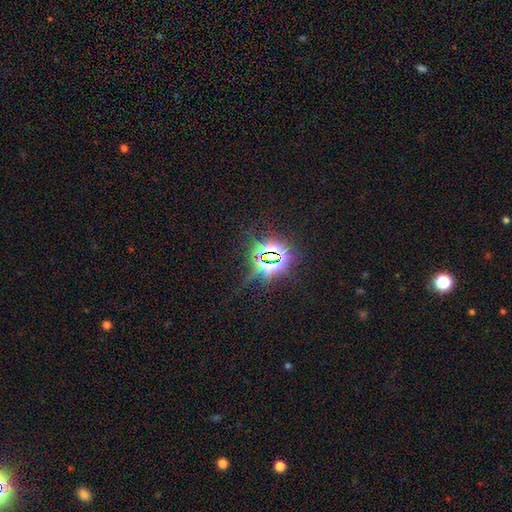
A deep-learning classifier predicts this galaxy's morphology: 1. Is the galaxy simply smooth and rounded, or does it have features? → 84% star or artifact, 9% smooth, 7% featured or disk.